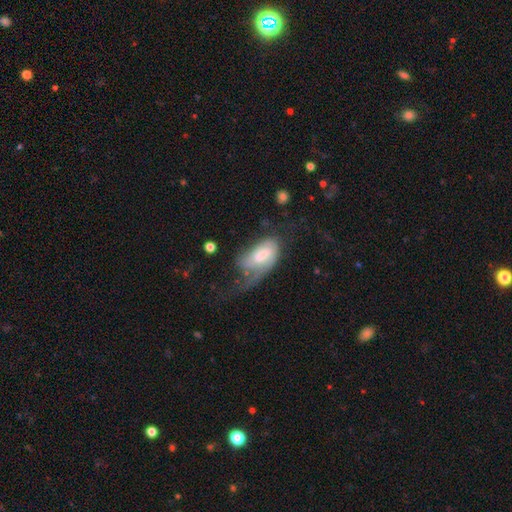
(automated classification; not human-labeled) smooth-or-featured: featured or disk: 48% | smooth: 45% | star or artifact: 7%
  merging: major disturbance: 54% | none: 21% | minor disturbance: 20% | merger: 5%